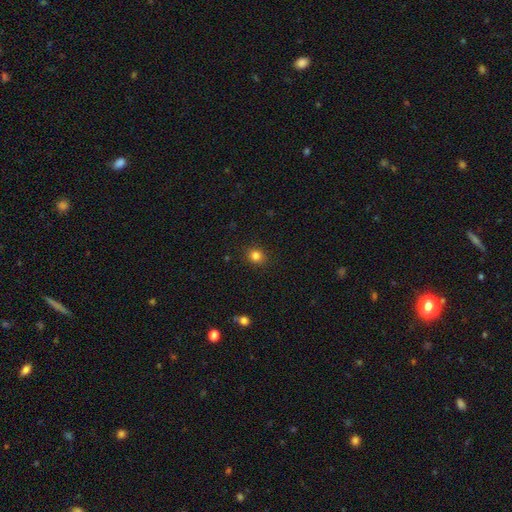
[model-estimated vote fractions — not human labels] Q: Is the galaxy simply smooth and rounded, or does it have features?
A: smooth — 83%.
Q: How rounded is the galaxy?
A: round — 79%.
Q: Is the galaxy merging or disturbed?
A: none — 90%.